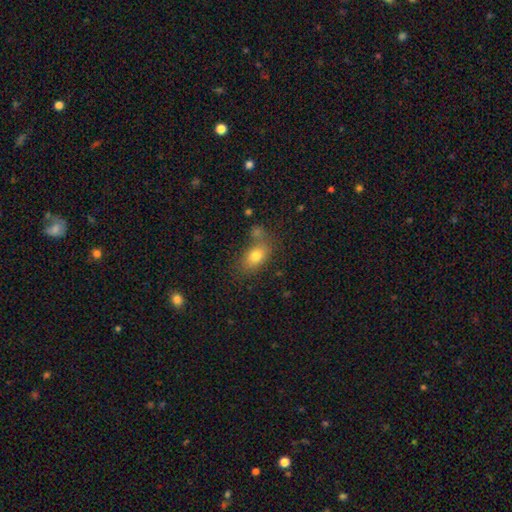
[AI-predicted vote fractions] smooth 78%, featured or disk 12%, star or artifact 10%. Down the decision tree: how rounded — in between (83%); merging — none (58%).